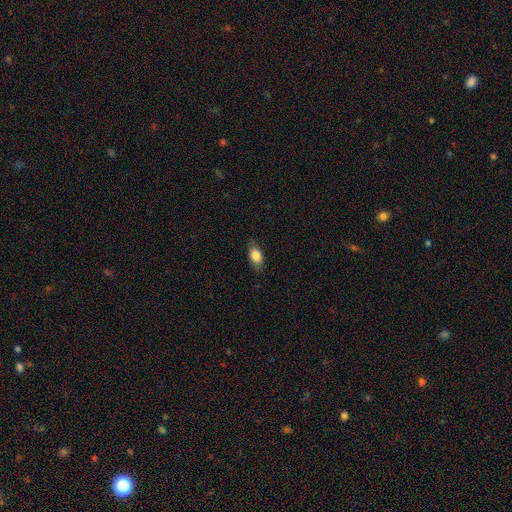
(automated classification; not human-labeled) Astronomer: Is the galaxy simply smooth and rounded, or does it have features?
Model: smooth — 81%.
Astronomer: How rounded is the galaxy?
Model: in between — 86%.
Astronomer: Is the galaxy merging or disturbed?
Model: none — 81%.